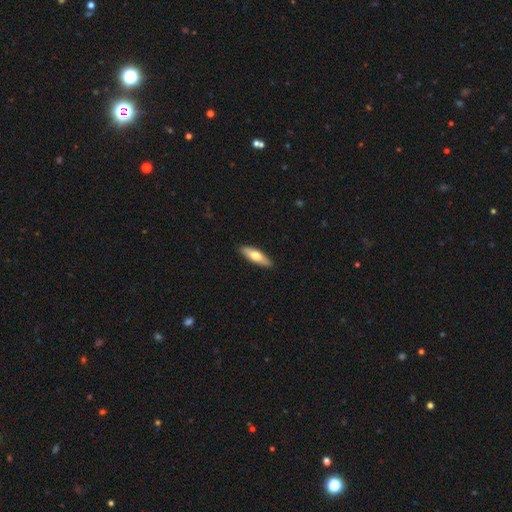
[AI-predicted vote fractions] This appears to be a smooth galaxy with no disk features (62%) that is cigar-shaped (55%). Merging: none (90%).